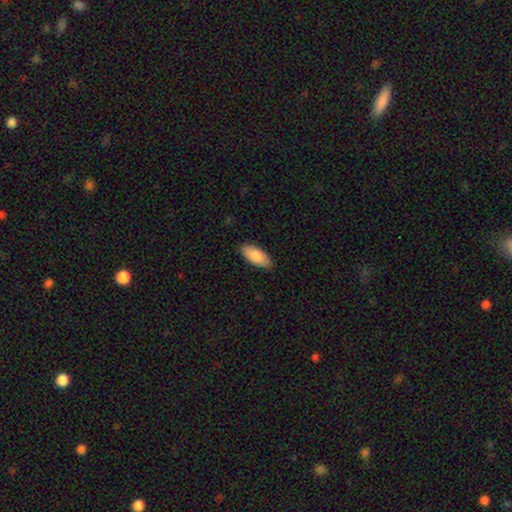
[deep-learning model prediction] Smooth or featured? smooth (88%)
How rounded? in between (87%)
Merging? none (86%)